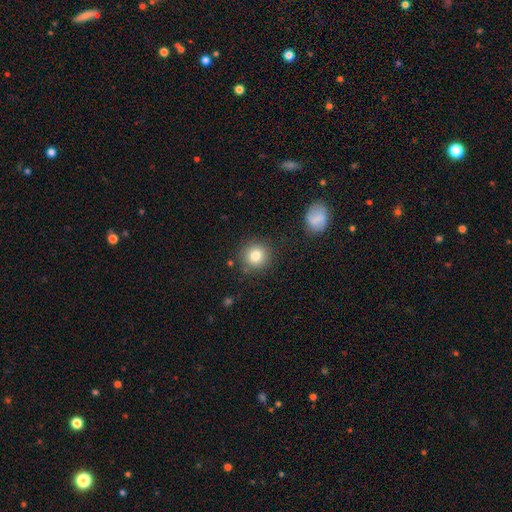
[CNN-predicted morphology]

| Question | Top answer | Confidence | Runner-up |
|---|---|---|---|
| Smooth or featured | smooth | 82% | star or artifact (10%) |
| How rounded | round | 91% | in between (8%) |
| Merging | none | 86% | minor disturbance (9%) |